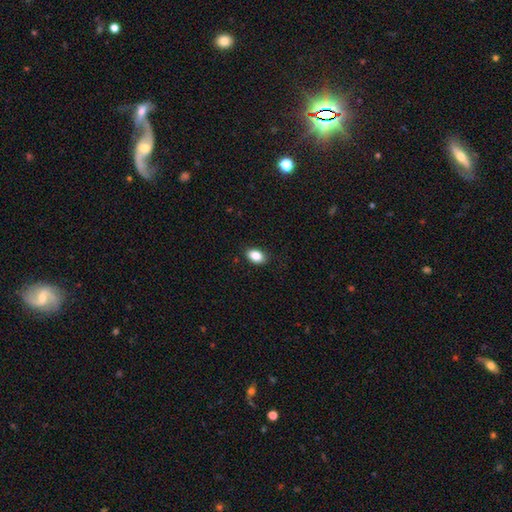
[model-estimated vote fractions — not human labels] Q: Smooth or featured?
A: smooth (87%); runner-up: star or artifact (8%)
Q: How rounded?
A: in between (87%); runner-up: round (12%)
Q: Merging?
A: none (86%); runner-up: minor disturbance (11%)